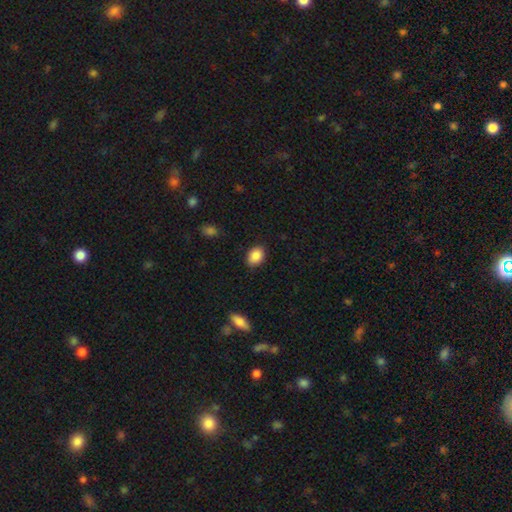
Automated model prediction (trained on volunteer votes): Overall: smooth (88%). How rounded: in between (70%). Merging: none (87%).